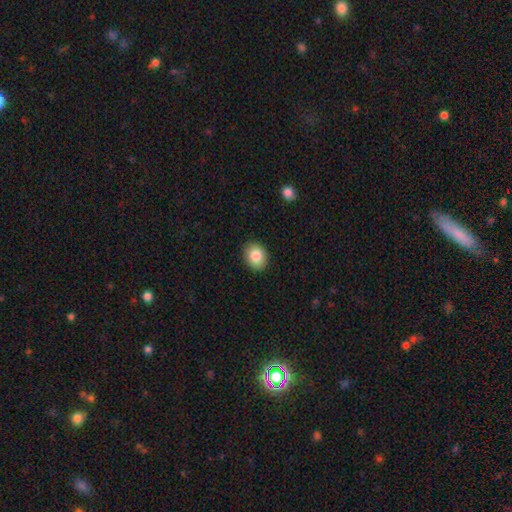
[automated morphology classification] smooth 85%, star or artifact 8%, featured or disk 7%. Down the decision tree: how rounded — in between (54%); merging — none (90%).